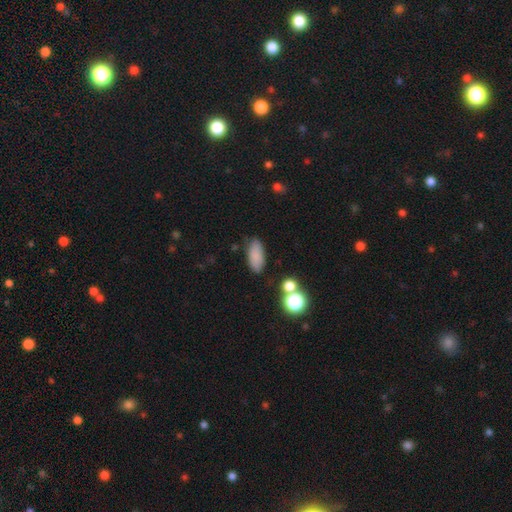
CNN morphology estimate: Smooth or featured? Predicted: smooth (p=0.83). How rounded? Predicted: in between (p=0.83). Merging? Predicted: none (p=0.79).